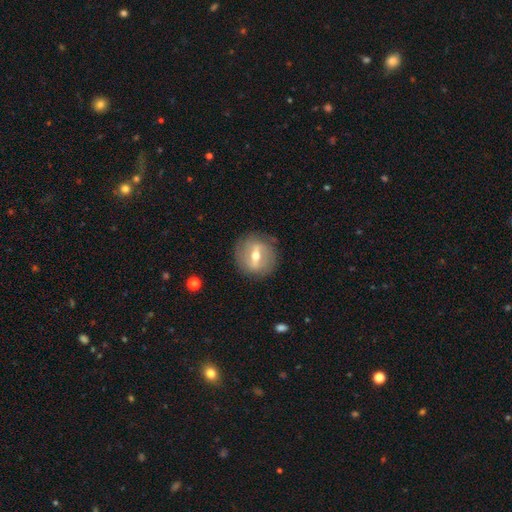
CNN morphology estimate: Smooth or featured? featured or disk (67%)
Edge-on disk? no (80%)
Bar? strong (58%)
Spiral arms? no (65%)
Bulge size? moderate (71%)
Merging? none (84%)